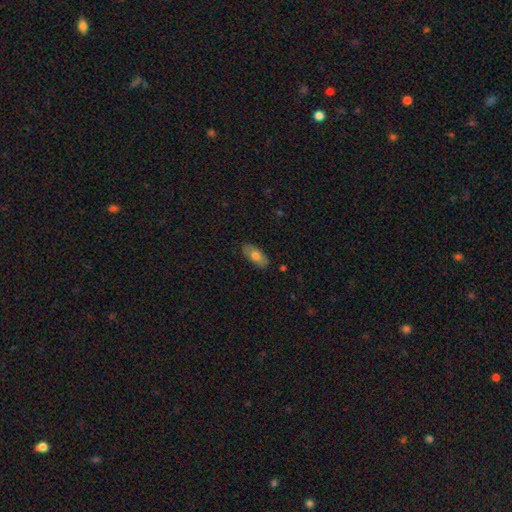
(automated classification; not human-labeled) Smooth or featured? Predicted: smooth (p=0.73). How rounded? Predicted: in between (p=0.89). Merging? Predicted: none (p=0.86).